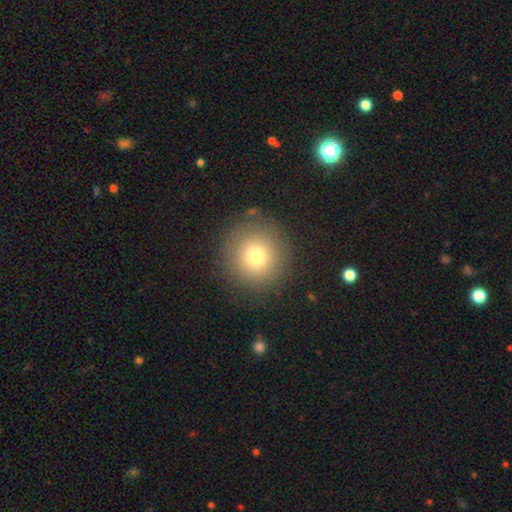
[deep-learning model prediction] Smooth or featured?
  - smooth: 77% *
  - star or artifact: 12%
  - featured or disk: 11%
How rounded?
  - round: 95% *
  - in between: 4%
  - cigar-shaped: 1%
Merging?
  - none: 87% *
  - minor disturbance: 8%
  - major disturbance: 3%
  - merger: 2%